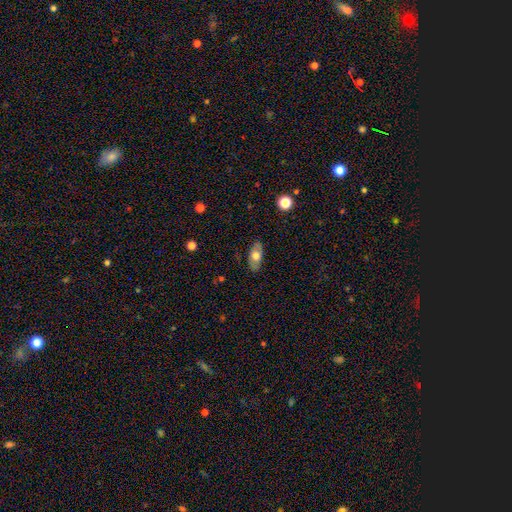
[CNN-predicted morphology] The model was most divided on "smooth or featured": smooth: 62%, featured or disk: 31%, star or artifact: 7%. More confident: how rounded — in between (89%); merging — none (83%).